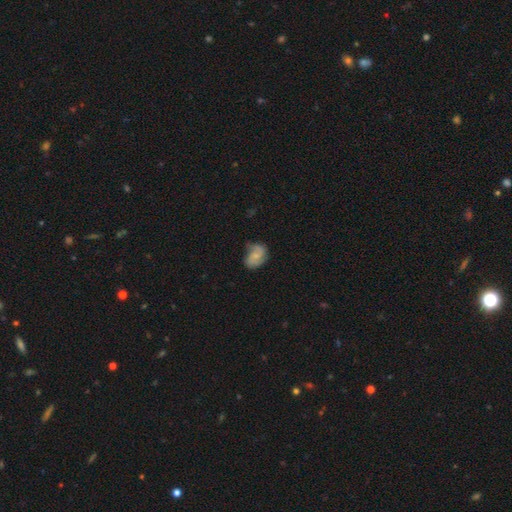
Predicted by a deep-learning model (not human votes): smooth-or-featured: featured or disk: 51% | smooth: 41% | star or artifact: 7%
  disk-edge-on: no: 97% | yes: 3%
  merging: none: 49% | minor disturbance: 33% | major disturbance: 15% | merger: 3%